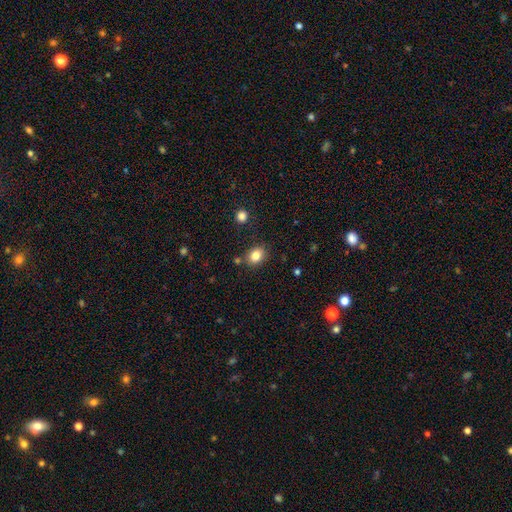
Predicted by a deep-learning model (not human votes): A smooth galaxy with no disk features (84%) that is in between round and cigar-shaped (58%).

Vote fractions:
- Smooth or featured? smooth: 84% / star or artifact: 10% / featured or disk: 6%
- How rounded? in between: 58% / round: 41% / cigar-shaped: 1%
- Merging? none: 81% / minor disturbance: 11% / merger: 5% / major disturbance: 3%